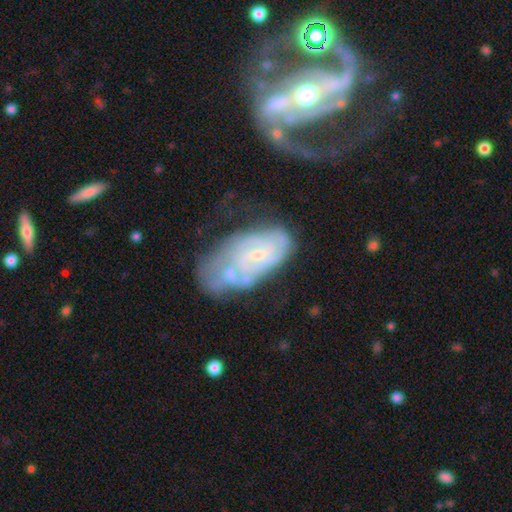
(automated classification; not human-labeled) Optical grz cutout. It shows a featured or disk galaxy (78%) with no bar (53%), tight (57%) spiral arms (86%) and a small central bulge (69%). Merging: merger (30%, tied with none).